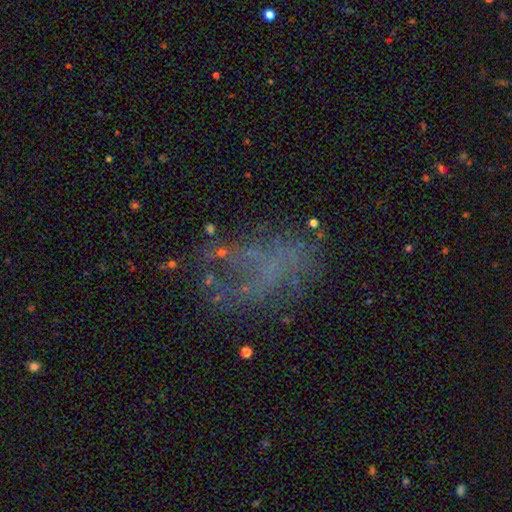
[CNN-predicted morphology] smooth-or-featured: featured or disk: 48% | star or artifact: 27% | smooth: 26%
  merging: none: 47% | major disturbance: 31% | minor disturbance: 16% | merger: 6%